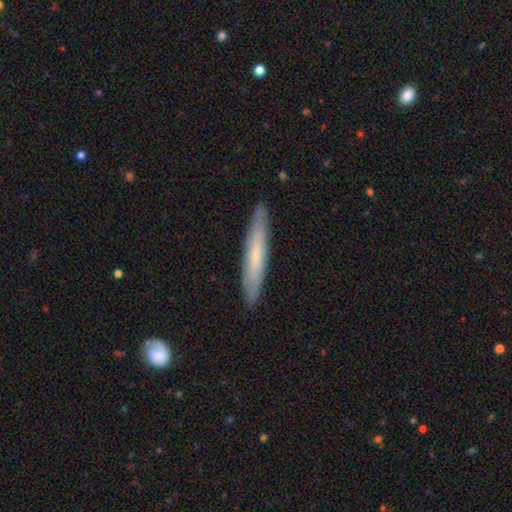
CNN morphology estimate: Q: Smooth or featured?
A: smooth (57%); runner-up: featured or disk (38%)
Q: How rounded?
A: cigar-shaped (93%); runner-up: in between (6%)
Q: Merging?
A: none (89%); runner-up: minor disturbance (8%)